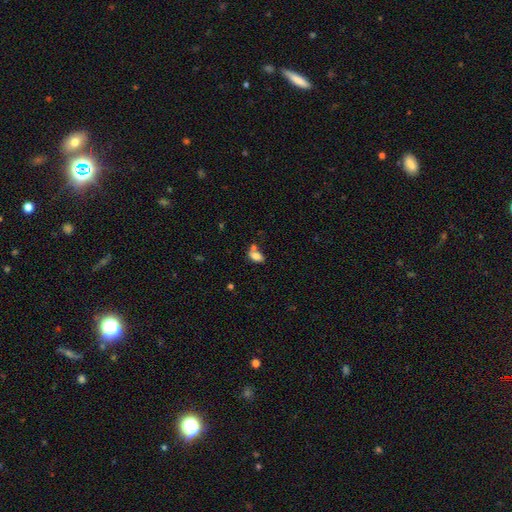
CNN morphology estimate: Smooth or featured? smooth (79%)
How rounded? in between (87%)
Merging? none (42%)